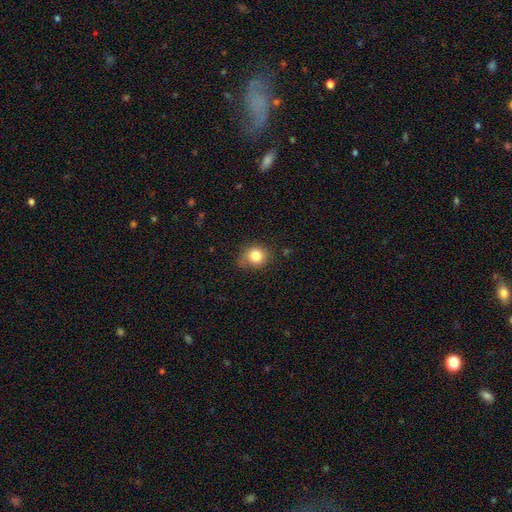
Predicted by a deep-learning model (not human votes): Smooth or featured? Predicted: smooth (p=0.82). How rounded? Predicted: round (p=0.76). Merging? Predicted: none (p=0.70).